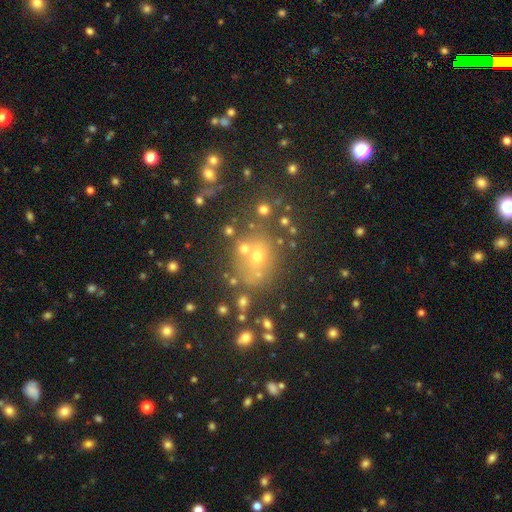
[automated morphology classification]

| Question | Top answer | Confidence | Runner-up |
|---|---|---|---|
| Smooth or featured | smooth | 52% | star or artifact (29%) |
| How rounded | round | 57% | in between (42%) |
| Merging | none | 59% | merger (20%) |